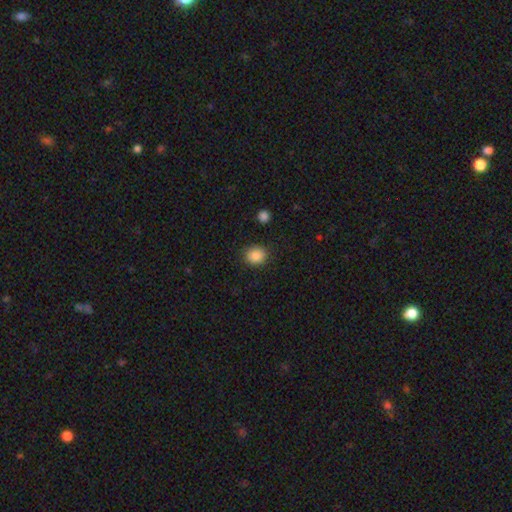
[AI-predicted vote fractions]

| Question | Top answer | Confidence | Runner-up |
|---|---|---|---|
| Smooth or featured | smooth | 87% | star or artifact (9%) |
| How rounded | round | 71% | in between (28%) |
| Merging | none | 88% | minor disturbance (8%) |